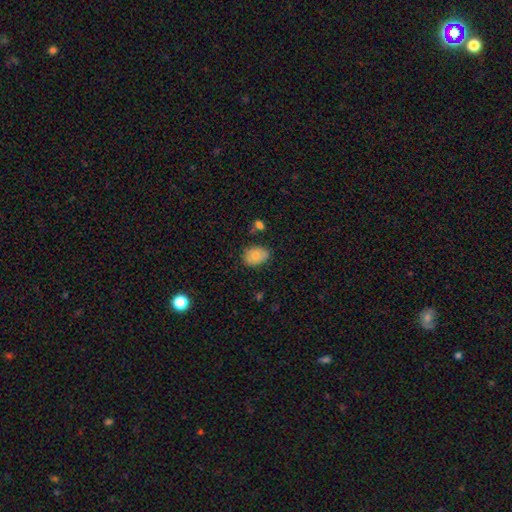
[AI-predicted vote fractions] smooth 79%, featured or disk 13%, star or artifact 8%. Down the decision tree: how rounded — in between (75%); merging — none (72%).